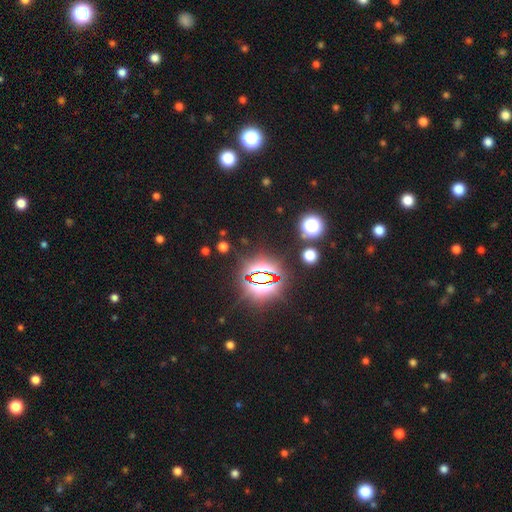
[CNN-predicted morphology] star or artifact 81%, smooth 12%, featured or disk 7%.